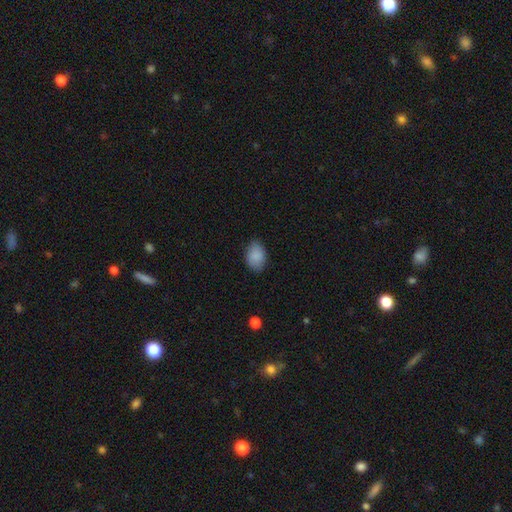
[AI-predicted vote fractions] Q: Smooth or featured?
A: smooth (89%); runner-up: star or artifact (7%)
Q: How rounded?
A: in between (83%); runner-up: round (16%)
Q: Merging?
A: none (81%); runner-up: minor disturbance (15%)